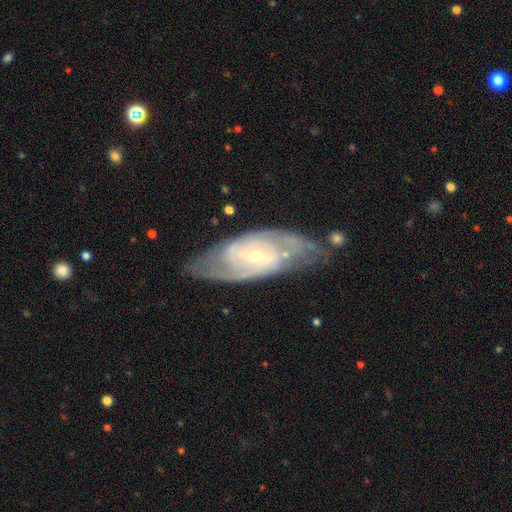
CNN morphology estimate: Smooth or featured: featured or disk — 87% (smooth — 8%)
Edge-on disk: no — 92% (yes — 8%)
Bar: weak — 45% (no — 30%)
Spiral arms: yes — 95% (no — 5%)
Spiral winding: tight — 52% (medium — 39%)
Spiral arm count: 2 — 64% (can't tell — 18%)
Bulge size: small — 71% (moderate — 26%)
Merging: none — 72% (minor disturbance — 18%)